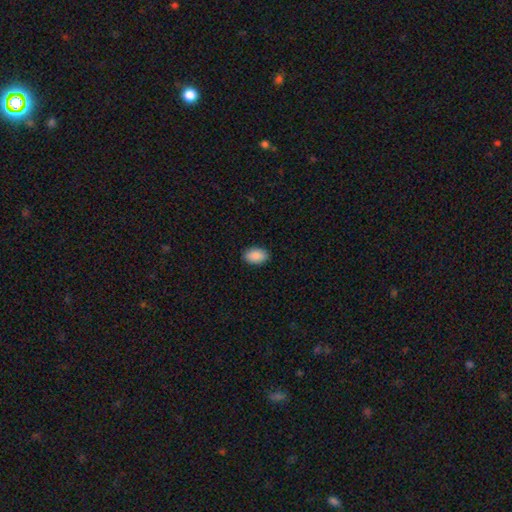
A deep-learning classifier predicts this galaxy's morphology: Smooth or featured? Predicted: smooth (p=0.91). How rounded? Predicted: in between (p=0.91). Merging? Predicted: none (p=0.90).